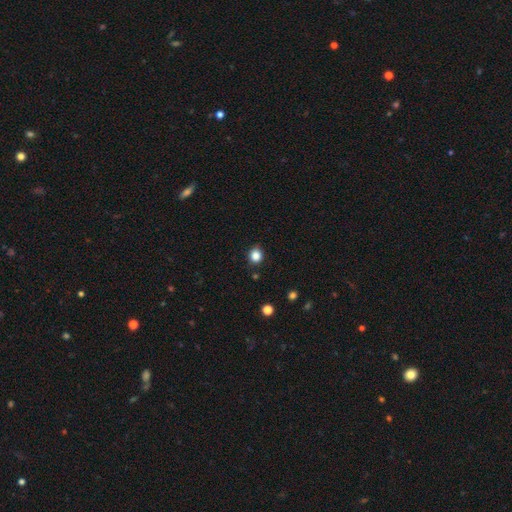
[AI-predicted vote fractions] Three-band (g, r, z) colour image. It shows a smooth galaxy with no disk features (85%) that is round (78%). Merging: none (86%).